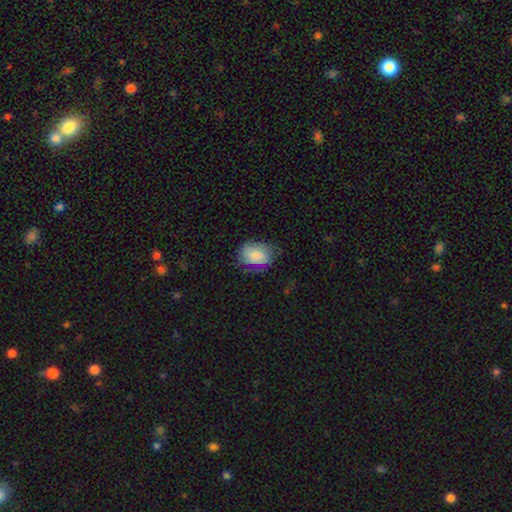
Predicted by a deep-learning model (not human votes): The model was most divided on "merging": none: 52%, minor disturbance: 30%, major disturbance: 17%, merger: 1%. More confident: how rounded — in between (73%); smooth or featured — smooth (64%).